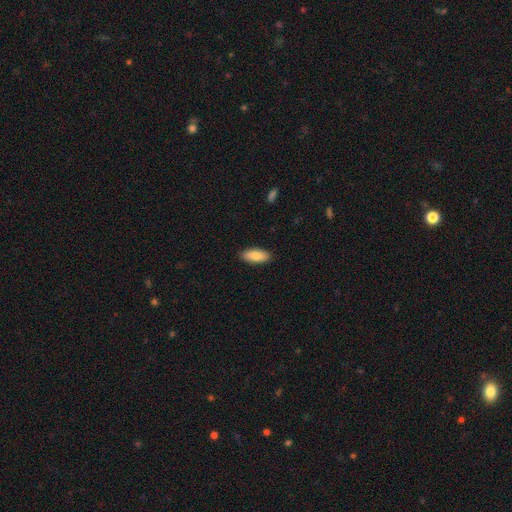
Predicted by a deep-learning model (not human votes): Smooth or featured: smooth — 85% (featured or disk — 9%)
How rounded: in between — 84% (cigar-shaped — 15%)
Merging: none — 90% (minor disturbance — 8%)